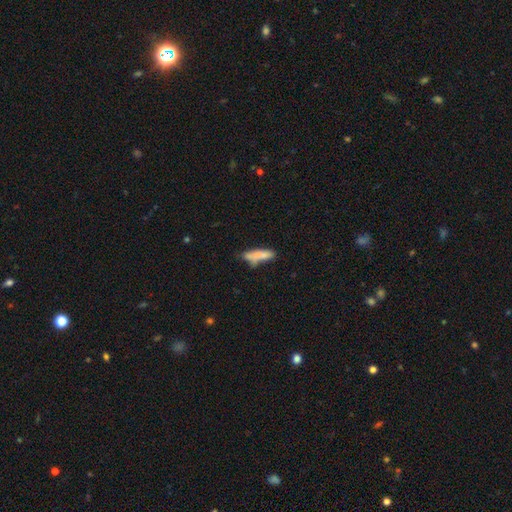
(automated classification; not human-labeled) A smooth galaxy with no disk features (77%) that is cigar-shaped (65%).

Vote fractions:
- Smooth or featured? smooth: 77% / featured or disk: 15% / star or artifact: 8%
- How rounded? cigar-shaped: 65% / in between: 33% / round: 2%
- Merging? none: 48% / minor disturbance: 25% / merger: 17% / major disturbance: 9%